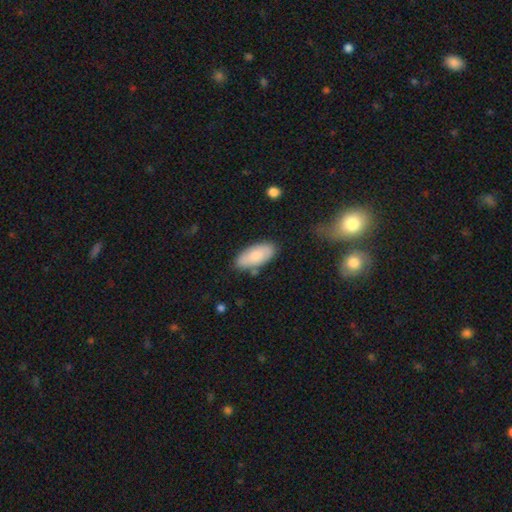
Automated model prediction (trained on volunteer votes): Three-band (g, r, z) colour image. It shows a smooth galaxy with no disk features (80%) that is in between round and cigar-shaped (88%). Merging: none (78%).